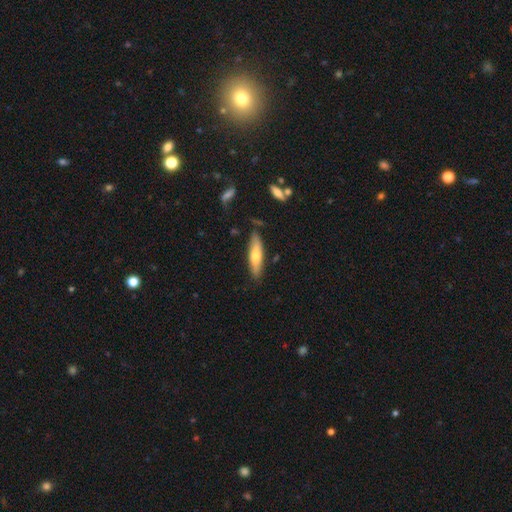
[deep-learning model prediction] Smooth or featured? Predicted: smooth (p=0.62). How rounded? Predicted: cigar-shaped (p=0.69). Merging? Predicted: none (p=0.80).